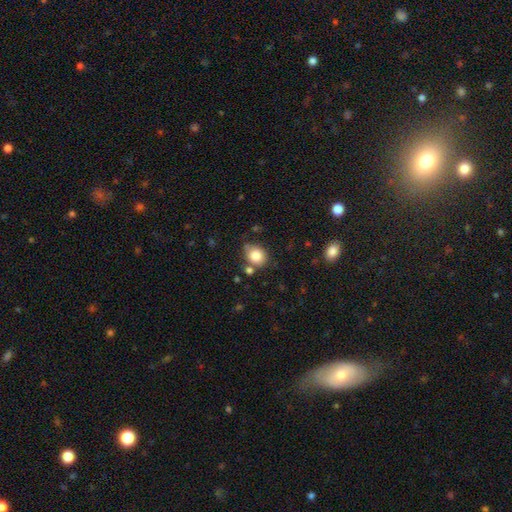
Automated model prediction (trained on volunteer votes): Smooth or featured? Predicted: smooth (p=0.82). How rounded? Predicted: round (p=0.65). Merging? Predicted: none (p=0.69).